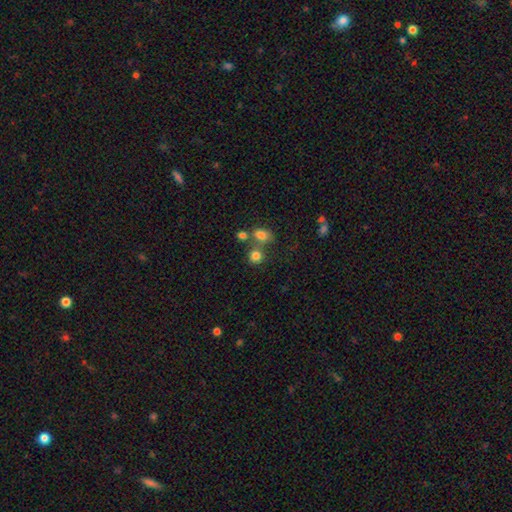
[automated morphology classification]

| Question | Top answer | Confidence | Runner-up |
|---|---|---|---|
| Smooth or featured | smooth | 79% | star or artifact (13%) |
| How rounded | round | 83% | in between (16%) |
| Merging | none | 59% | merger (27%) |